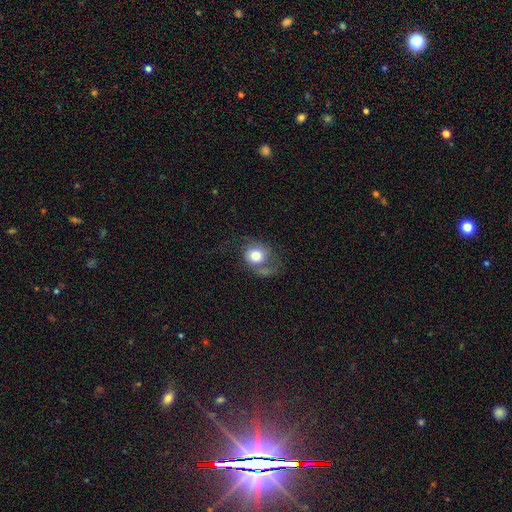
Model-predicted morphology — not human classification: Q: Smooth or featured?
A: smooth (55%); runner-up: featured or disk (36%)
Q: How rounded?
A: round (69%); runner-up: in between (30%)
Q: Merging?
A: none (37%); runner-up: major disturbance (36%)